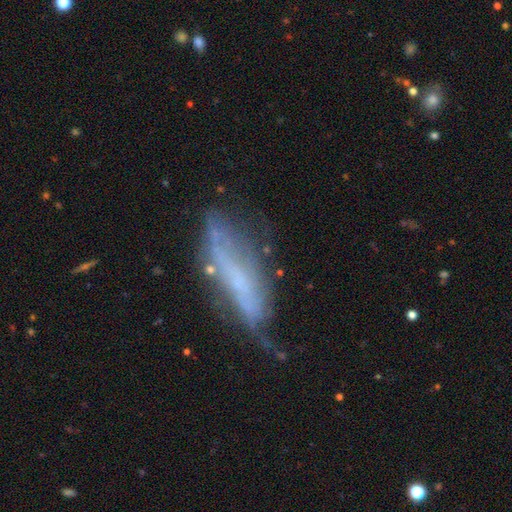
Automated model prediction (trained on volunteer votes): This appears to be a featured or disk galaxy (53%). Merging: none (50%).